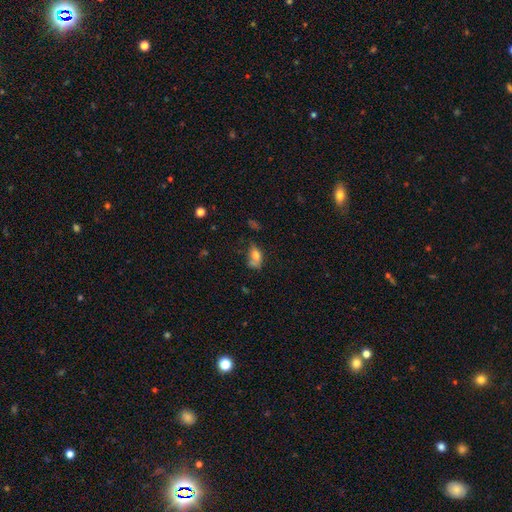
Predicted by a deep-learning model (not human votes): Smooth or featured? Predicted: smooth (p=0.69). How rounded? Predicted: in between (p=0.83). Merging? Predicted: none (p=0.32).